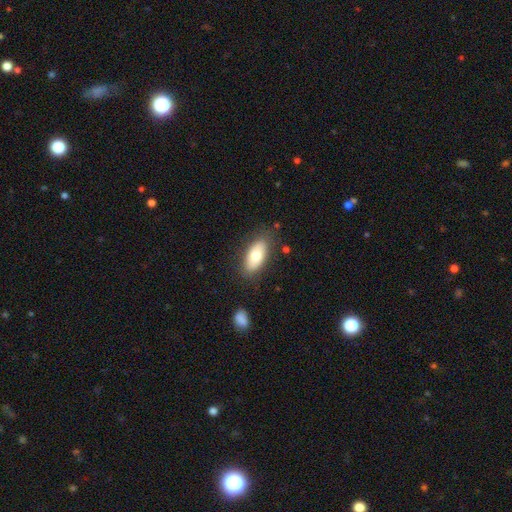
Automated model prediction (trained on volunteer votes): Smooth or featured? Predicted: smooth (p=0.74). How rounded? Predicted: in between (p=0.89). Merging? Predicted: none (p=0.81).